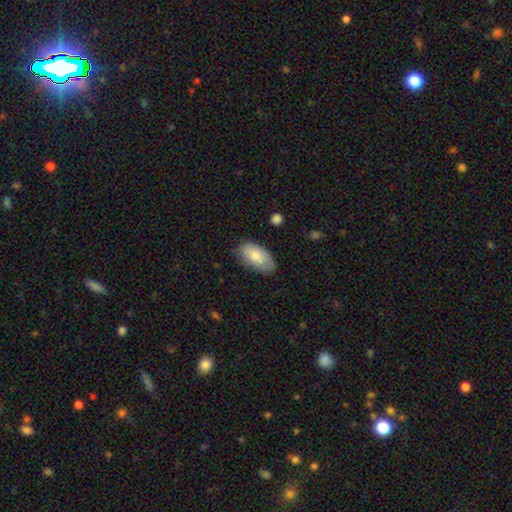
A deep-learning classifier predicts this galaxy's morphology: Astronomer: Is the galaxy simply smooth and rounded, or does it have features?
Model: smooth — 77%.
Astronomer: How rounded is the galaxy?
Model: in between — 94%.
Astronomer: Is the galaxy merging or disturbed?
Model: none — 75%.